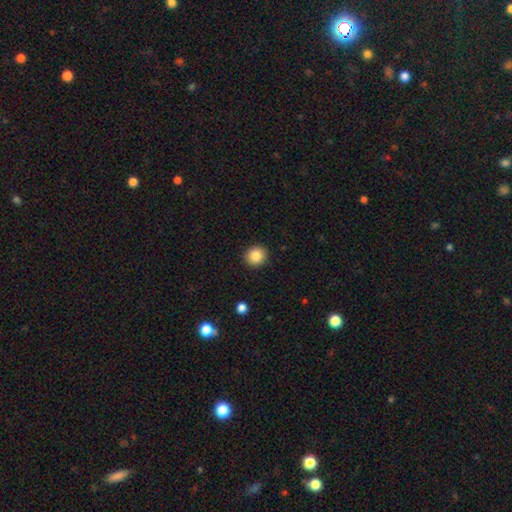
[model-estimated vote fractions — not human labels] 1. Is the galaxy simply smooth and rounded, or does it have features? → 85% smooth, 9% star or artifact, 5% featured or disk.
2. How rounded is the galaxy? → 88% round, 11% in between, 1% cigar-shaped.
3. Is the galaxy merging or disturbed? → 91% none, 6% minor disturbance, 2% major disturbance, 1% merger.